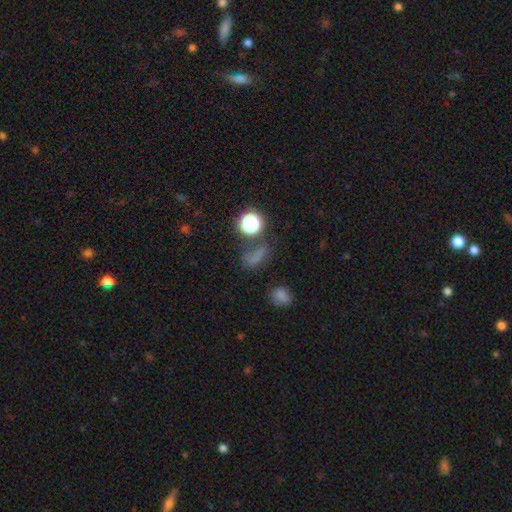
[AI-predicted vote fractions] smooth-or-featured: smooth: 58% | star or artifact: 32% | featured or disk: 9%
  how-rounded: in between: 49% | round: 42% | cigar-shaped: 8%
  merging: none: 56% | minor disturbance: 18% | major disturbance: 14% | merger: 12%